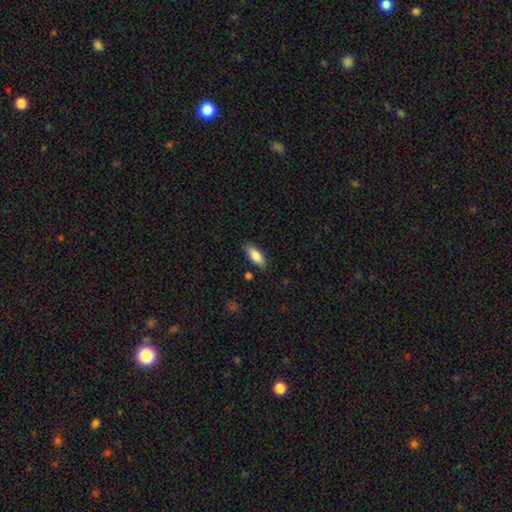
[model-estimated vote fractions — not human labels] The model was most divided on "how rounded": in between: 79%, cigar-shaped: 19%, round: 2%. More confident: smooth or featured — smooth (83%); merging — none (82%).